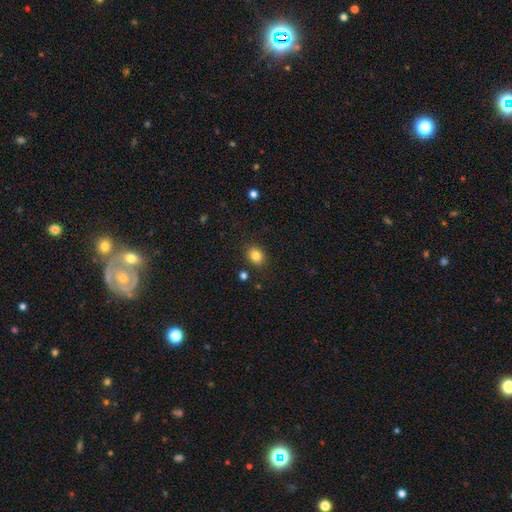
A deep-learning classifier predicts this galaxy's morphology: Smooth or featured?
  - smooth: 83% *
  - star or artifact: 11%
  - featured or disk: 6%
How rounded?
  - round: 60% *
  - in between: 39%
  - cigar-shaped: 1%
Merging?
  - none: 86% *
  - minor disturbance: 9%
  - major disturbance: 3%
  - merger: 2%